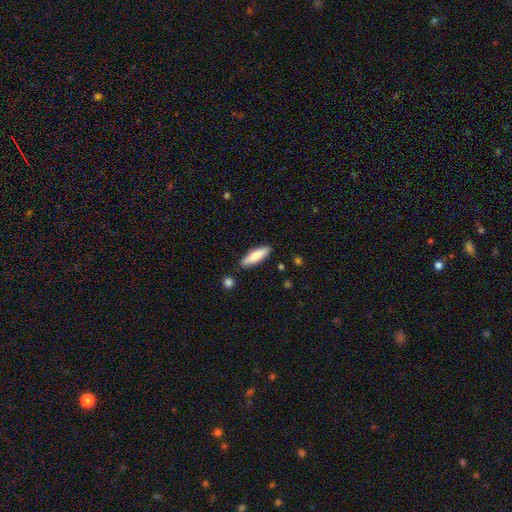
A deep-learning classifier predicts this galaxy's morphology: Smooth or featured? Predicted: smooth (p=0.78). How rounded? Predicted: cigar-shaped (p=0.59). Merging? Predicted: none (p=0.86).